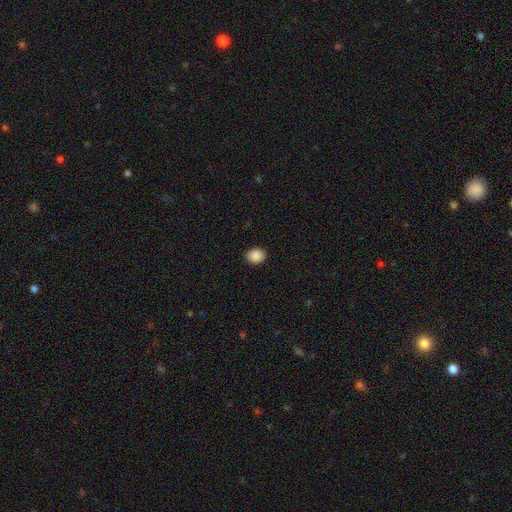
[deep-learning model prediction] The model was most divided on "how rounded": in between: 50%, round: 49%, cigar-shaped: 1%. More confident: merging — none (90%); smooth or featured — smooth (89%).